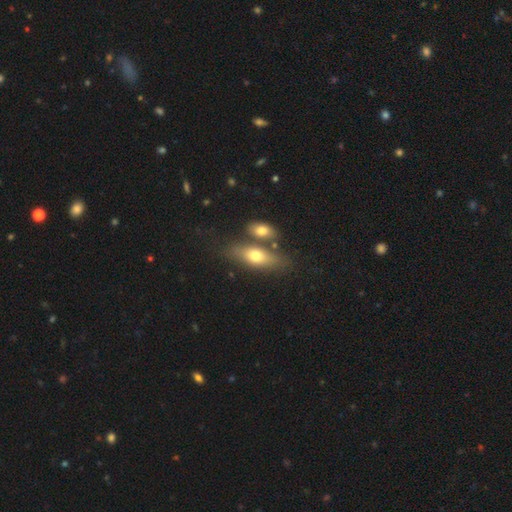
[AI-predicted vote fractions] A smooth galaxy with no disk features (66%) that is in between round and cigar-shaped (70%).

Vote fractions:
- Smooth or featured? smooth: 66% / featured or disk: 27% / star or artifact: 7%
- How rounded? in between: 70% / cigar-shaped: 24% / round: 6%
- Merging? none: 53% / merger: 30% / minor disturbance: 12% / major disturbance: 5%